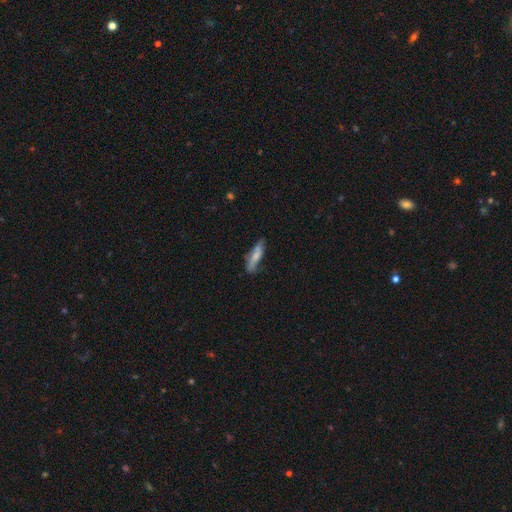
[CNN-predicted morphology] smooth_or_featured: smooth (p=0.61) [alt: featured or disk p=0.32]
how_rounded: cigar-shaped (p=0.65) [alt: in between p=0.33]
merging: none (p=0.65) [alt: minor disturbance p=0.26]